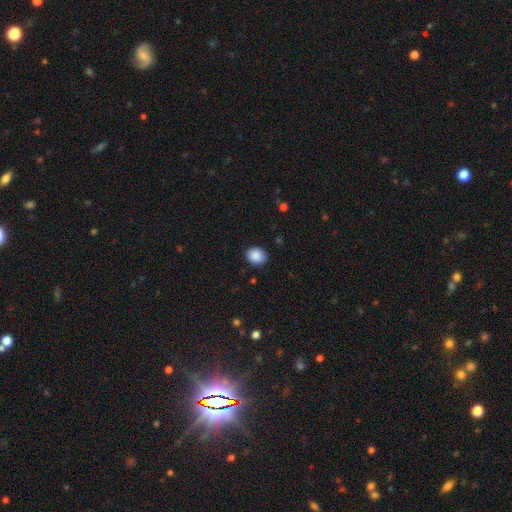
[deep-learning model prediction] A smooth galaxy with no disk features (89%) that is round (55%). Merging: none (88%).